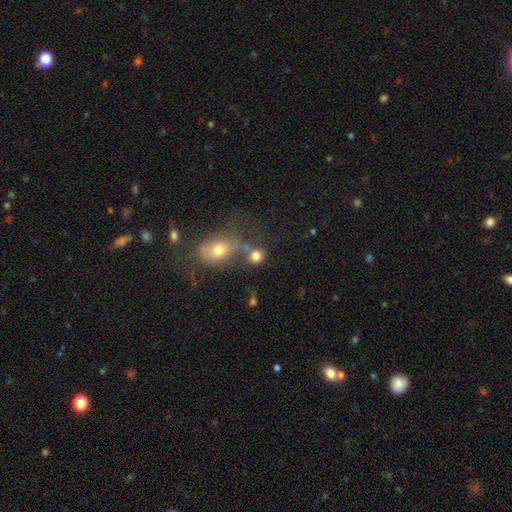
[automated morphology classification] smooth-or-featured: smooth: 76% | star or artifact: 13% | featured or disk: 11%
  how-rounded: round: 66% | in between: 33% | cigar-shaped: 2%
  merging: merger: 40% | none: 39% | minor disturbance: 11% | major disturbance: 10%